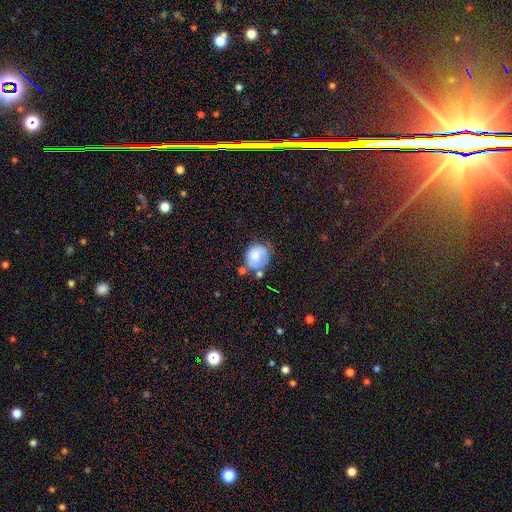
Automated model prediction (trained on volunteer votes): smooth 74%, featured or disk 17%, star or artifact 9%. Down the decision tree: how rounded — round (61%); merging — none (42%).